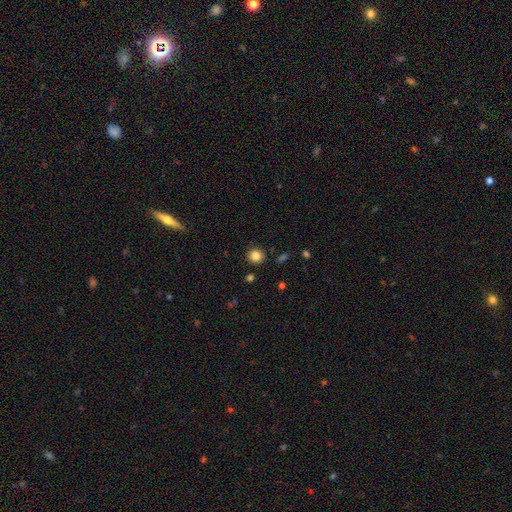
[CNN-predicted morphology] This is clearly a smooth galaxy (84%). How rounded: clearly round (87%). Merging: clearly none (89%).